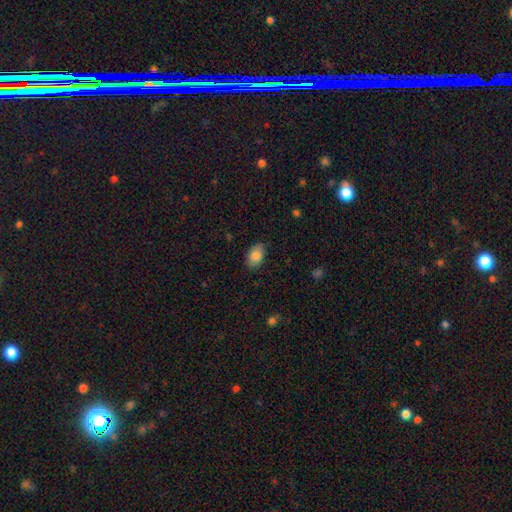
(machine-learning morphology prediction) The model was most divided on "merging": none: 83%, minor disturbance: 14%, major disturbance: 3%, merger: 1%. More confident: how rounded — in between (90%); smooth or featured — smooth (84%).